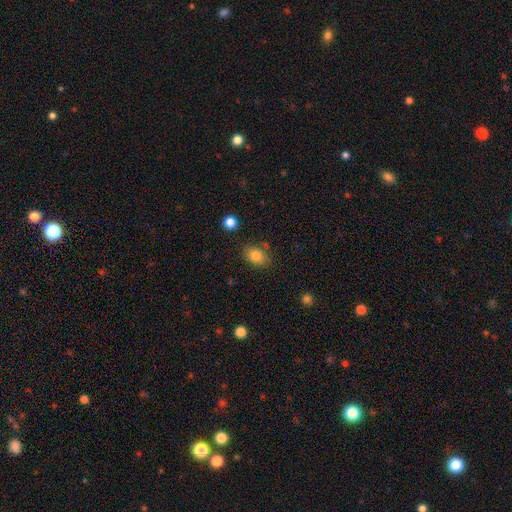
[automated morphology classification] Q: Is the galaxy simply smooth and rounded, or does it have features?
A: smooth — 83%.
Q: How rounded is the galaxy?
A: in between — 69%.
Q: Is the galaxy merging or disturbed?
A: none — 76%.